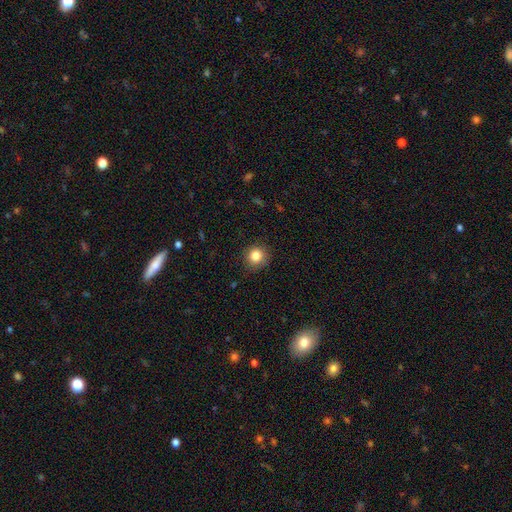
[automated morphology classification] A smooth galaxy with no disk features (84%) that is round (91%). Merging: none (88%).